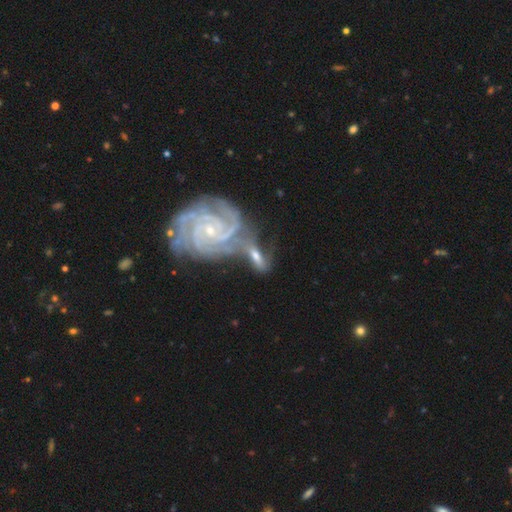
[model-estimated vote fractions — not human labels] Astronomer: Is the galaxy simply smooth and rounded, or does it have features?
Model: featured or disk — 77%.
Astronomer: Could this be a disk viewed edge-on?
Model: no — 93%.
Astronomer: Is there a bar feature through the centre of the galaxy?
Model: no — 57%.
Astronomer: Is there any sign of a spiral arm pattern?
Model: yes — 93%.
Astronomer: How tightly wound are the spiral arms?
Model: tight — 62%.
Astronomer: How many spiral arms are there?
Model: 2 — 35% (runner-up: 3, 27%).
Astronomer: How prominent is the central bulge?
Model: small — 71%.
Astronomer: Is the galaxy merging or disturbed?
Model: merger — 47% (runner-up: none, 29%).